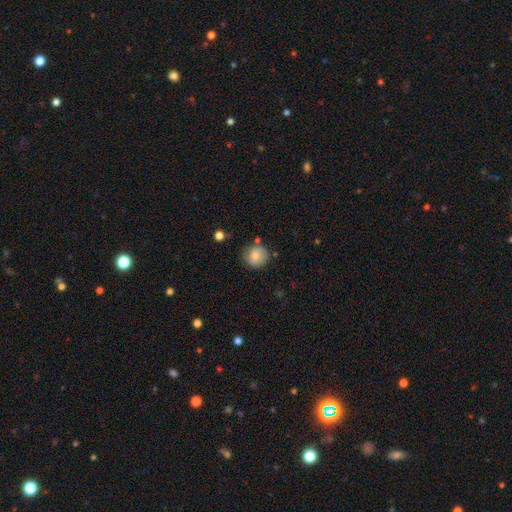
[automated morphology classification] This appears to be a smooth galaxy with no disk features (71%) that is round (87%). Merging: none (73%).